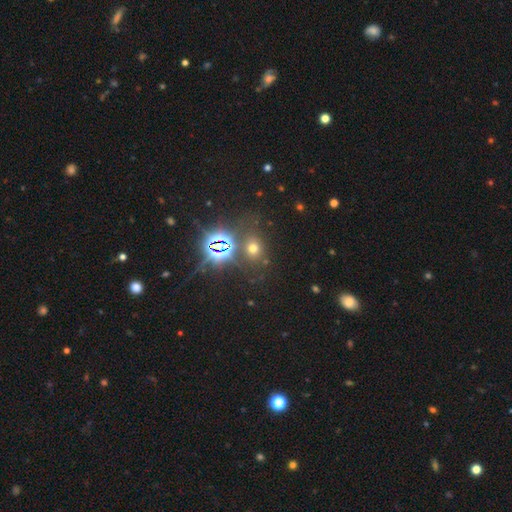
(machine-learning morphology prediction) A star or artifact, not a galaxy (67%).